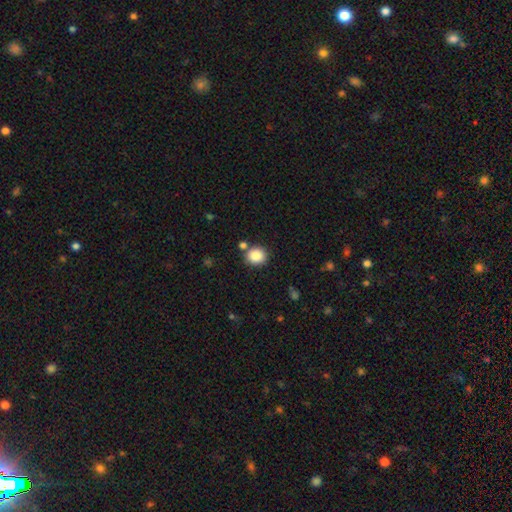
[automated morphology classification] This is clearly a smooth galaxy (87%). How rounded: likely round (76%). Merging: likely none (77%).